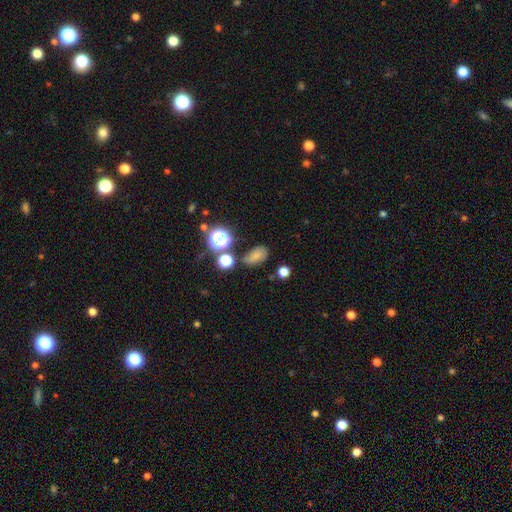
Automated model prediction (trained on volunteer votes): Smooth or featured: smooth — 66% (star or artifact — 21%)
How rounded: in between — 78% (round — 19%)
Merging: none — 62% (minor disturbance — 22%)